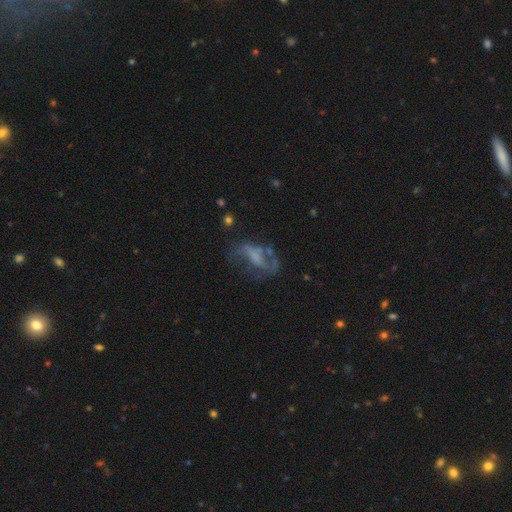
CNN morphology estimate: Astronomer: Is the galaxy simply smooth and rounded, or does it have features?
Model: featured or disk — 60%.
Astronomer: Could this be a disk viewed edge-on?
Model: no — 94%.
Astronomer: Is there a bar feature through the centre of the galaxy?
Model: no — 54% (runner-up: weak, 29%).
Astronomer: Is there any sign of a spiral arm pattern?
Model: no — 50%, tied with yes at 50%.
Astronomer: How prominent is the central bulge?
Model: none — 56%.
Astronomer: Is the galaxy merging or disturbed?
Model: none — 39% (runner-up: major disturbance, 35%).